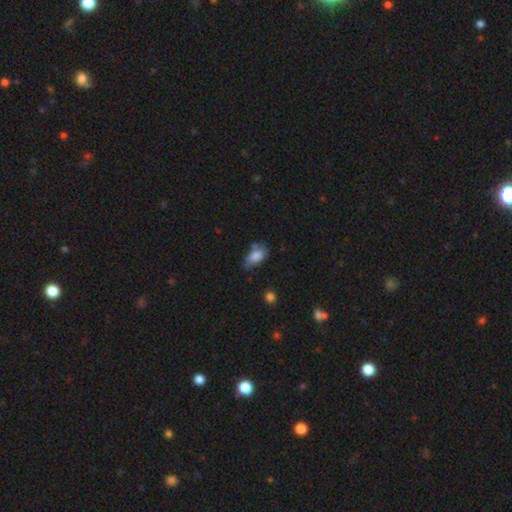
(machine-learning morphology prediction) smooth 80%, featured or disk 12%, star or artifact 8%. Down the decision tree: how rounded — in between (91%); merging — none (50%).